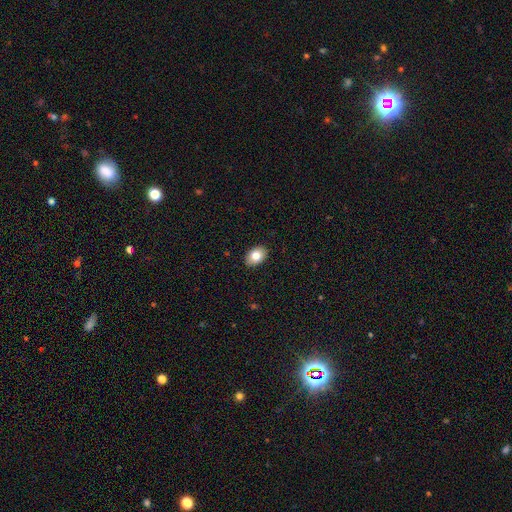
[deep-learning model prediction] Smooth or featured?
  - smooth: 80% *
  - featured or disk: 12%
  - star or artifact: 8%
How rounded?
  - in between: 84% *
  - round: 15%
  - cigar-shaped: 1%
Merging?
  - none: 89% *
  - minor disturbance: 8%
  - major disturbance: 2%
  - merger: 1%